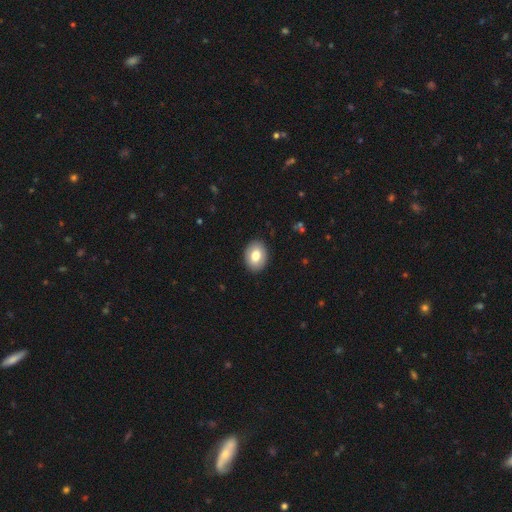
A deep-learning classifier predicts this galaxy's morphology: The model was most divided on "how rounded": in between: 71%, round: 28%, cigar-shaped: 1%. More confident: merging — none (90%); smooth or featured — smooth (79%).